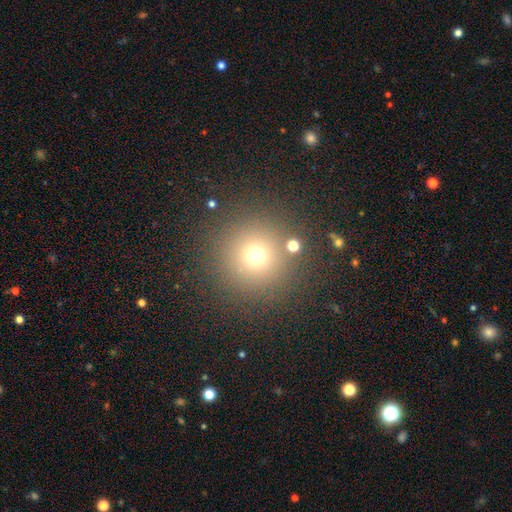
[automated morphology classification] Smooth or featured? Predicted: smooth (p=0.69). How rounded? Predicted: round (p=0.96). Merging? Predicted: none (p=0.86).